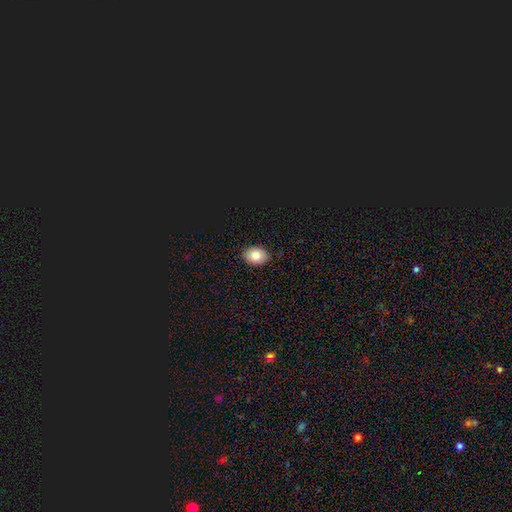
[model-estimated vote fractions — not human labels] Q: Smooth or featured?
A: smooth (80%); runner-up: featured or disk (10%)
Q: How rounded?
A: in between (70%); runner-up: round (29%)
Q: Merging?
A: none (88%); runner-up: minor disturbance (9%)